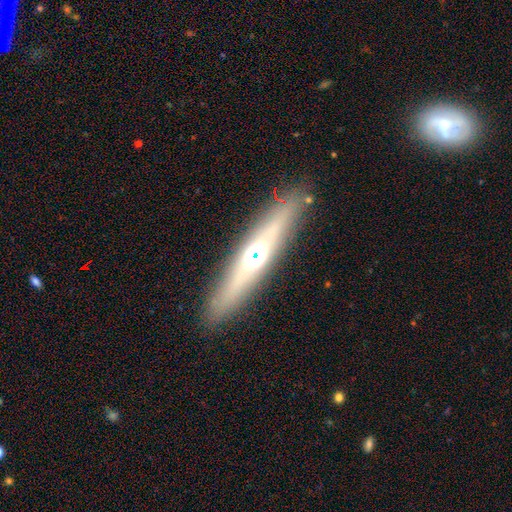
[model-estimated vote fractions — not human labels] Smooth or featured: featured or disk — 59% (smooth — 32%)
Edge-on disk: yes — 87% (no — 13%)
Edge-on bulge: rounded — 84% (none — 11%)
Merging: none — 87% (minor disturbance — 8%)